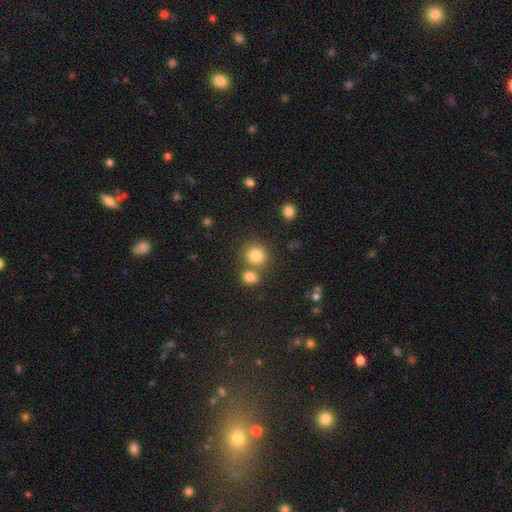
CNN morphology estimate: smooth-or-featured: smooth: 81% | star or artifact: 12% | featured or disk: 7%
  how-rounded: round: 82% | in between: 17% | cigar-shaped: 1%
  merging: none: 60% | merger: 29% | minor disturbance: 8% | major disturbance: 3%